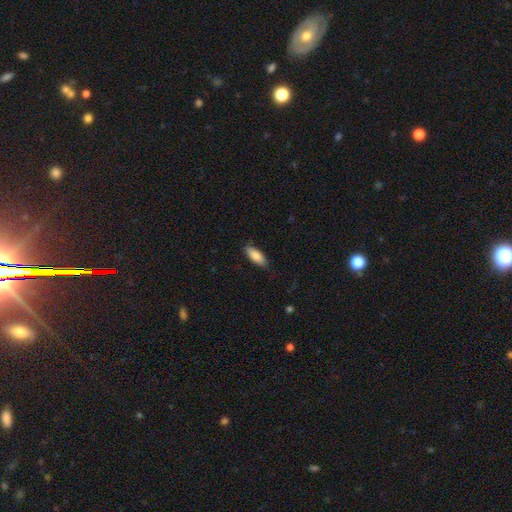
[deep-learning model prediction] smooth-or-featured: smooth: 84% | featured or disk: 10% | star or artifact: 6%
  how-rounded: in between: 78% | cigar-shaped: 21% | round: 2%
  merging: none: 83% | minor disturbance: 13% | major disturbance: 2% | merger: 1%